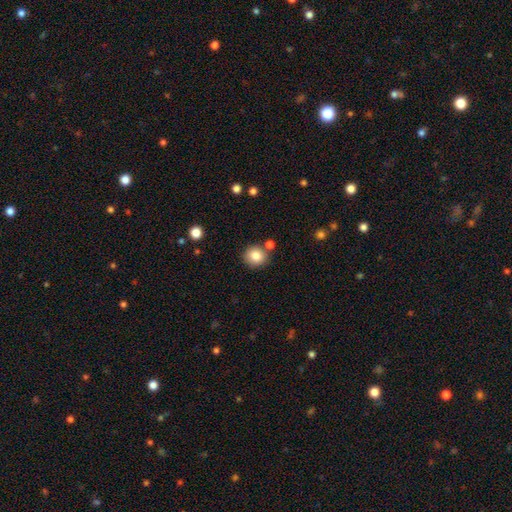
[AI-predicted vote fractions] A smooth galaxy with no disk features (83%) that is round (88%).

Vote fractions:
- Smooth or featured? smooth: 83% / star or artifact: 10% / featured or disk: 7%
- How rounded? round: 88% / in between: 11% / cigar-shaped: 1%
- Merging? none: 80% / merger: 9% / minor disturbance: 9% / major disturbance: 2%